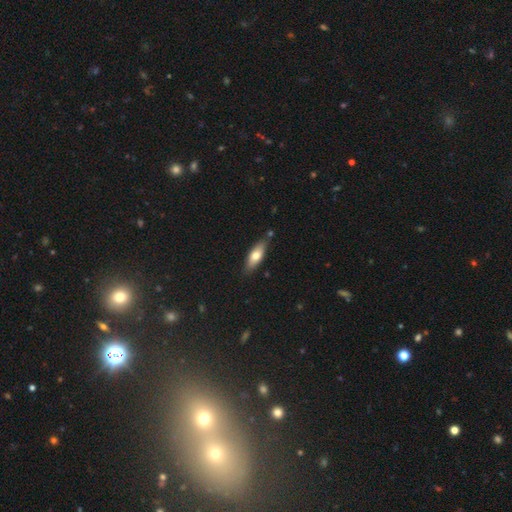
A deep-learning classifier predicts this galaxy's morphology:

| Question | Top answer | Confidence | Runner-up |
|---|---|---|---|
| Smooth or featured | smooth | 68% | featured or disk (26%) |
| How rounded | in between | 63% | cigar-shaped (34%) |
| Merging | none | 80% | minor disturbance (14%) |